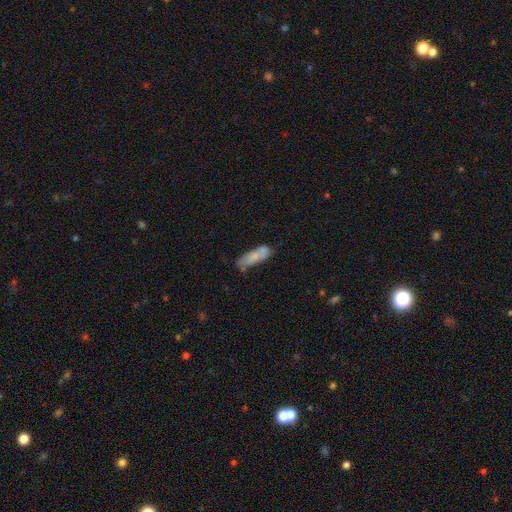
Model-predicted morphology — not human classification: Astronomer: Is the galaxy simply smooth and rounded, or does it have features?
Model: smooth — 65%.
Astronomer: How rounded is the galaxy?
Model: in between — 49%, tied with cigar-shaped at 49%.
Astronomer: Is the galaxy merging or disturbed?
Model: none — 56%.